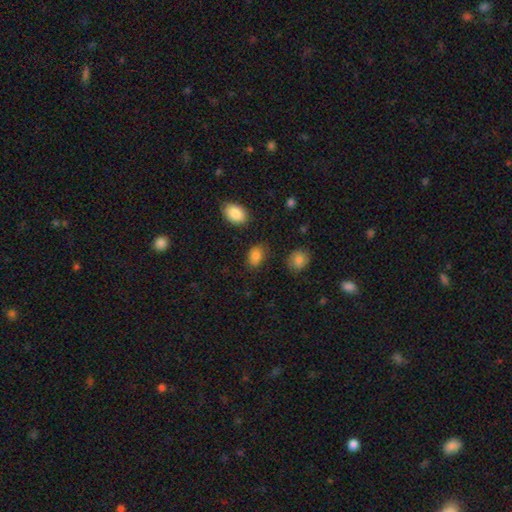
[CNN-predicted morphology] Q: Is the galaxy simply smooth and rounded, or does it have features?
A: smooth — 86%.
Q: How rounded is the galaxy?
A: in between — 85%.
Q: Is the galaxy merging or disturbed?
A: none — 78%.